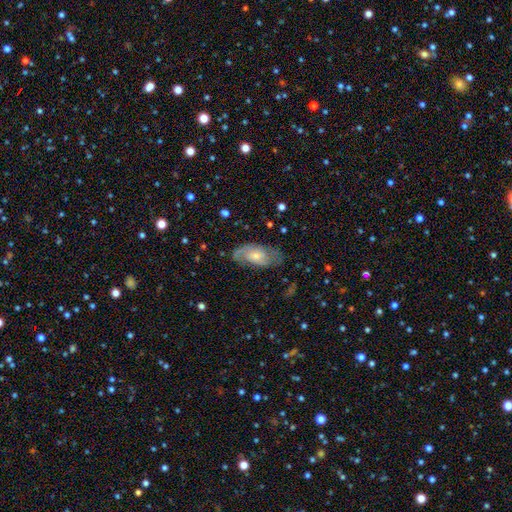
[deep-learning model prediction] Q: Smooth or featured?
A: featured or disk (60%); runner-up: smooth (33%)
Q: Edge-on disk?
A: no (92%); runner-up: yes (8%)
Q: Bar?
A: no (66%); runner-up: weak (29%)
Q: Spiral arms?
A: yes (82%); runner-up: no (18%)
Q: Bulge size?
A: small (48%); runner-up: moderate (40%)
Q: Merging?
A: none (64%); runner-up: minor disturbance (23%)